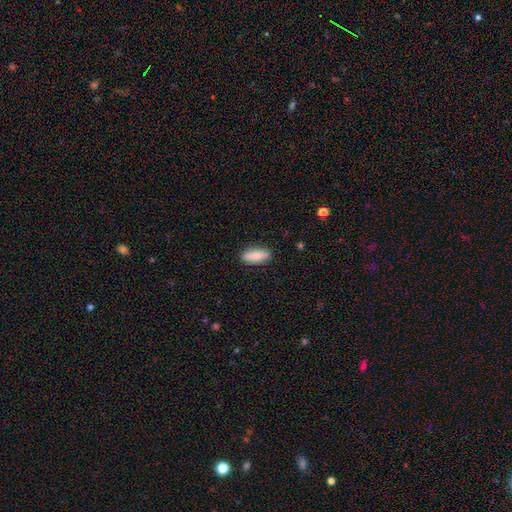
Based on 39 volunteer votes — Q: Smooth or featured?
A: smooth (82%); runner-up: star or artifact (10%)
Q: How rounded?
A: in between (72%); runner-up: cigar-shaped (28%)
Q: Merging?
A: none (91%); runner-up: minor disturbance (9%)